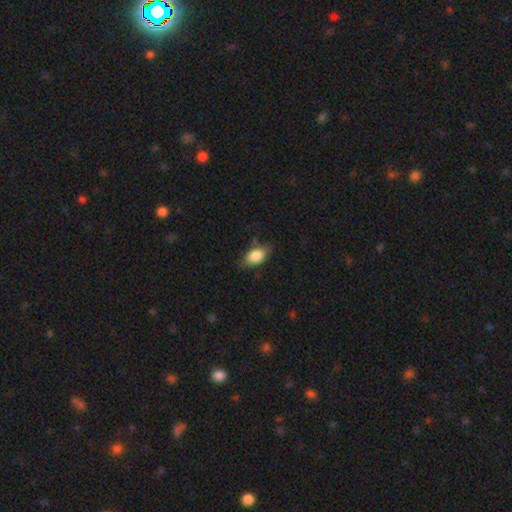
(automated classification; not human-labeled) Morphology: type=smooth (83%); roundness=in between (88%); merging=none (75%).